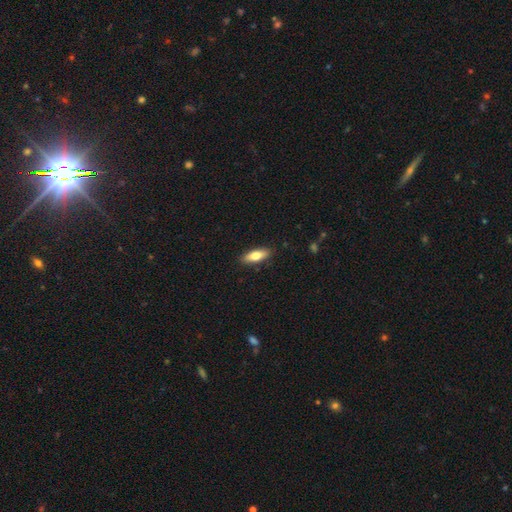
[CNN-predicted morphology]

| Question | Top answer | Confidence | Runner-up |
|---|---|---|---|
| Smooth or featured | smooth | 70% | featured or disk (24%) |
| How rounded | in between | 62% | cigar-shaped (35%) |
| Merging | none | 88% | minor disturbance (9%) |